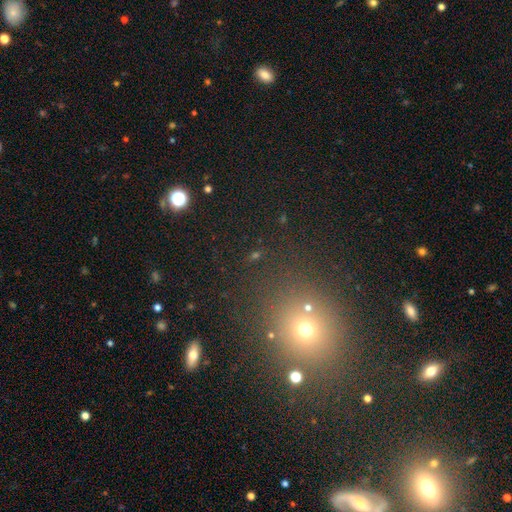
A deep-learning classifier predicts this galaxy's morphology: smooth-or-featured: star or artifact: 46% | smooth: 44% | featured or disk: 11%